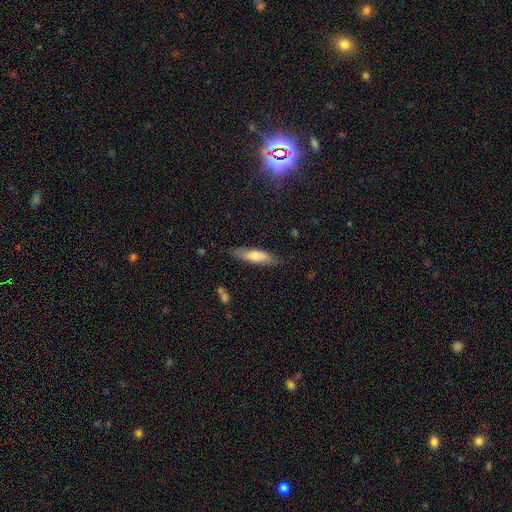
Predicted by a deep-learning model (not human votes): smooth_or_featured: smooth (p=0.68) [alt: featured or disk p=0.26]
how_rounded: cigar-shaped (p=0.66) [alt: in between p=0.33]
merging: none (p=0.82) [alt: minor disturbance p=0.14]